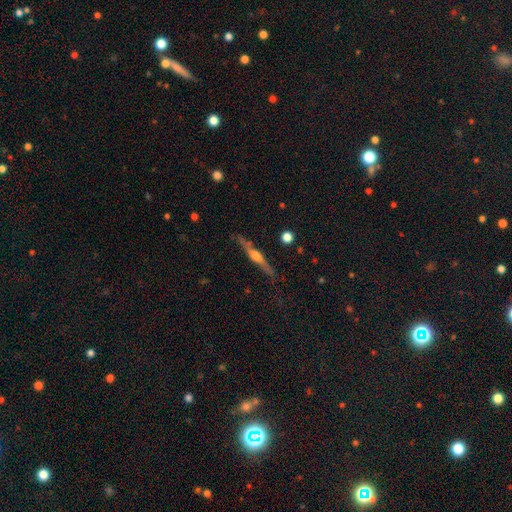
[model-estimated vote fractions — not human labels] featured or disk 73%, smooth 22%, star or artifact 6%. Down the decision tree: edge-on disk — yes (96%); edge-on bulge — rounded (87%); merging — none (79%).